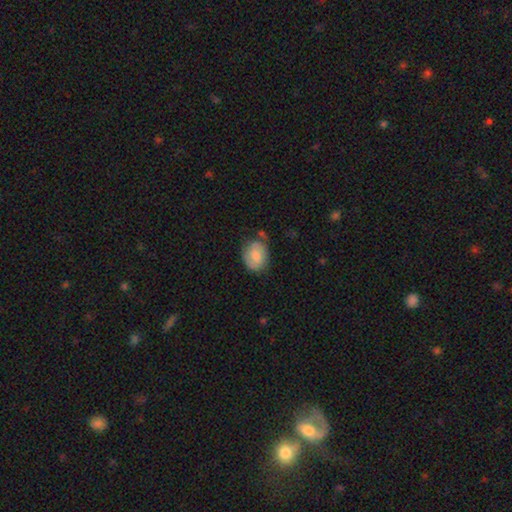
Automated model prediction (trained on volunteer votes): smooth 67%, featured or disk 26%, star or artifact 7%. Down the decision tree: how rounded — in between (64%); merging — none (62%).